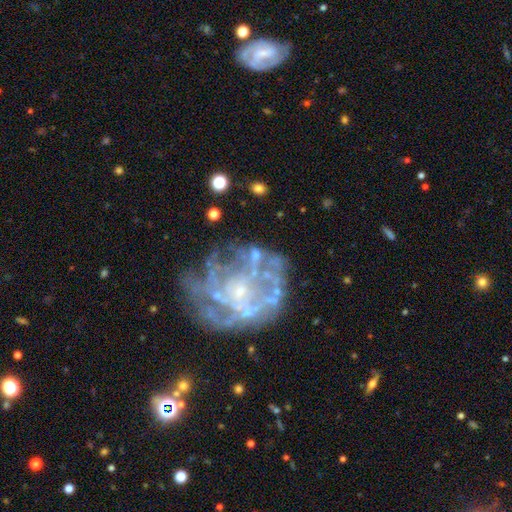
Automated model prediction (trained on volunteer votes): Smooth or featured? Predicted: featured or disk (p=0.71). Edge-on disk? Predicted: no (p=0.98). Bar? Predicted: no (p=0.80). Spiral arms? Predicted: no (p=0.55). Bulge size? Predicted: small (p=0.56). Merging? Predicted: none (p=0.43).